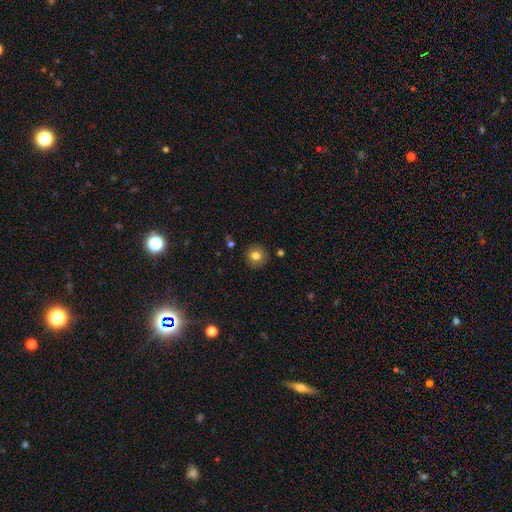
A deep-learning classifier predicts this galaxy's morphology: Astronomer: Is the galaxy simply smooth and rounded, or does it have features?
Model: smooth — 80%.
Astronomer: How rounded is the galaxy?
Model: round — 90%.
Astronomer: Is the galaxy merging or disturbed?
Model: none — 89%.